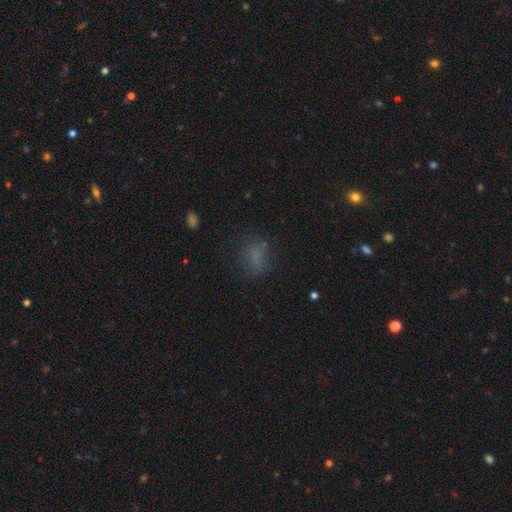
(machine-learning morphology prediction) The model was most divided on "how rounded": in between: 63%, round: 31%, cigar-shaped: 6%. More confident: smooth or featured — smooth (66%); merging — none (60%).